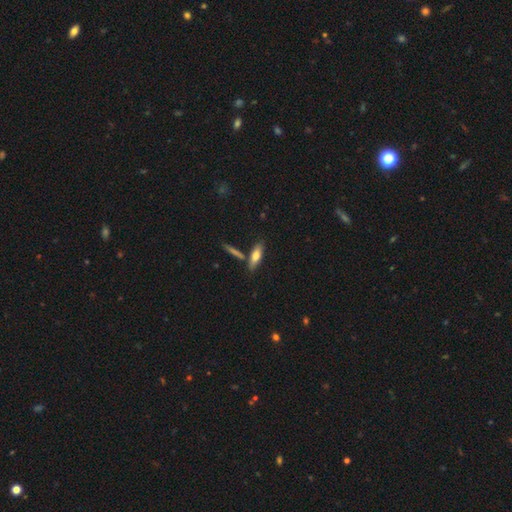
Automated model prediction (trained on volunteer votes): A smooth galaxy with no disk features (69%) that is in between round and cigar-shaped (50%).

Vote fractions:
- Smooth or featured? smooth: 69% / featured or disk: 24% / star or artifact: 7%
- How rounded? in between: 50% / cigar-shaped: 47% / round: 3%
- Merging? none: 72% / merger: 13% / minor disturbance: 13% / major disturbance: 3%